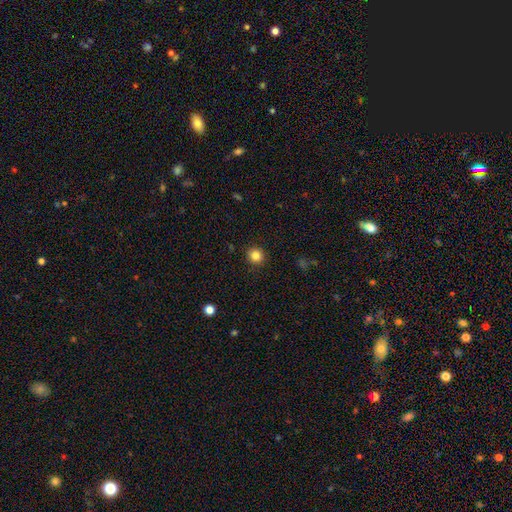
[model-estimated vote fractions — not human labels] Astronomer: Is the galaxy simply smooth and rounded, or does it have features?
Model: smooth — 84%.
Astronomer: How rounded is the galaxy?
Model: round — 90%.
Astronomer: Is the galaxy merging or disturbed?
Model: none — 91%.